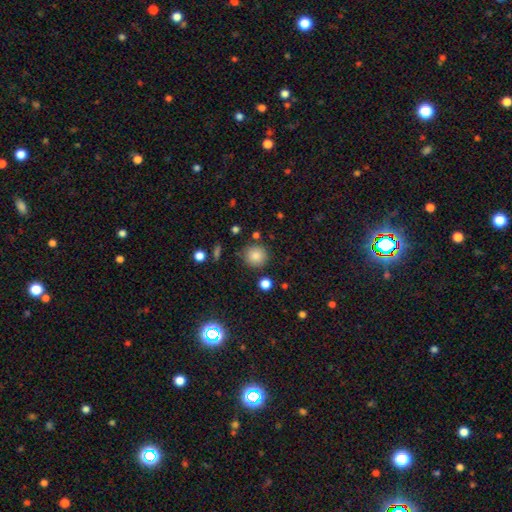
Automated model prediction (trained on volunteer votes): smooth-or-featured: smooth: 84% | star or artifact: 10% | featured or disk: 5%
  how-rounded: round: 92% | in between: 7% | cigar-shaped: 1%
  merging: none: 84% | minor disturbance: 9% | merger: 4% | major disturbance: 3%